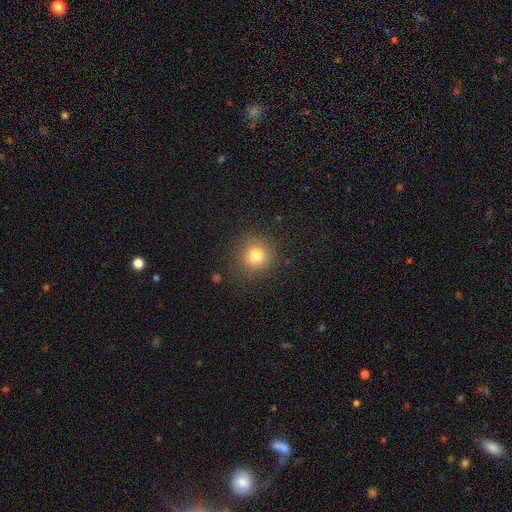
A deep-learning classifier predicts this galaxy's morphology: Q: Smooth or featured?
A: smooth (77%); runner-up: star or artifact (14%)
Q: How rounded?
A: round (91%); runner-up: in between (8%)
Q: Merging?
A: none (86%); runner-up: minor disturbance (9%)